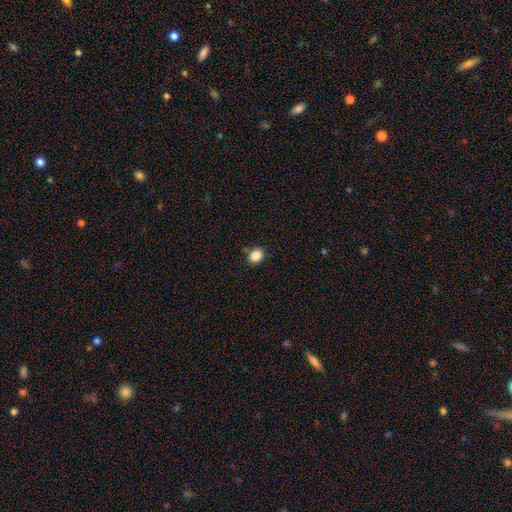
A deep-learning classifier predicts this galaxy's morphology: Q: Smooth or featured?
A: smooth (87%); runner-up: star or artifact (10%)
Q: How rounded?
A: round (53%); runner-up: in between (46%)
Q: Merging?
A: none (83%); runner-up: minor disturbance (11%)